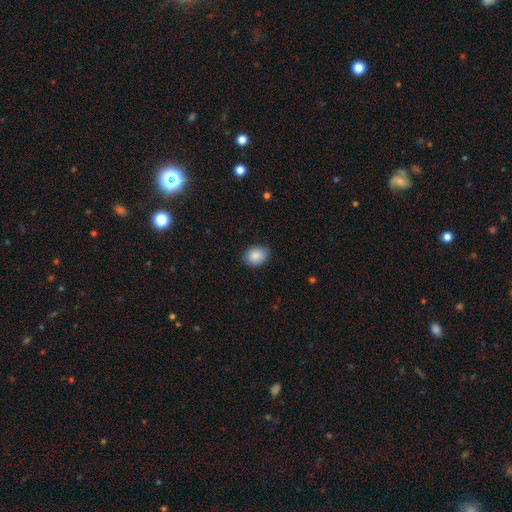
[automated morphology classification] This appears to be a smooth galaxy with no disk features (87%) that is in between round and cigar-shaped (57%). Merging: none (81%).